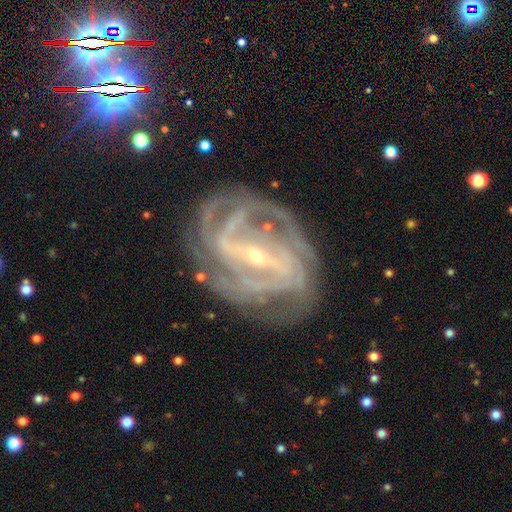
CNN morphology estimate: Q: Smooth or featured?
A: featured or disk (90%); runner-up: star or artifact (6%)
Q: Edge-on disk?
A: no (96%); runner-up: yes (4%)
Q: Bar?
A: strong (66%); runner-up: weak (25%)
Q: Spiral arms?
A: yes (97%); runner-up: no (3%)
Q: Spiral winding?
A: tight (58%); runner-up: medium (34%)
Q: Spiral arm count?
A: 4 (24%); runner-up: 3 (21%)
Q: Bulge size?
A: small (78%); runner-up: moderate (19%)
Q: Merging?
A: none (73%); runner-up: minor disturbance (17%)